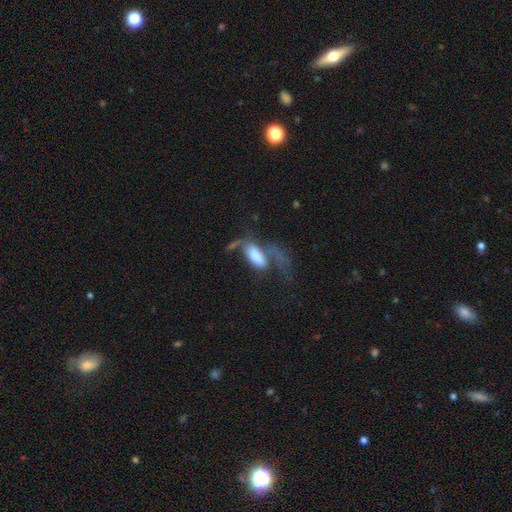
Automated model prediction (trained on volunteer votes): Smooth or featured? smooth (59%)
How rounded? in between (82%)
Merging? major disturbance (47%)